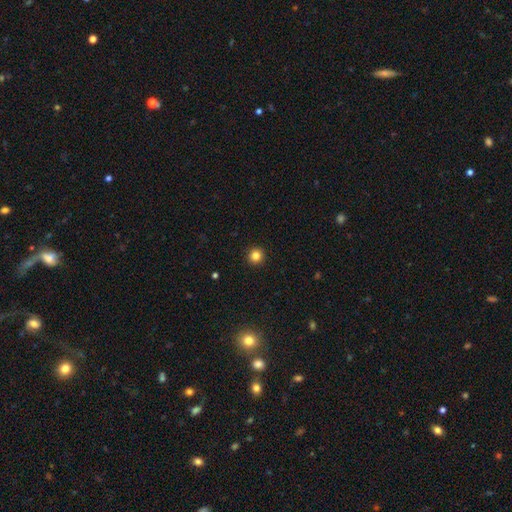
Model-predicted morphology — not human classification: Overall: smooth (83%). How rounded: round (96%). Merging: none (93%).